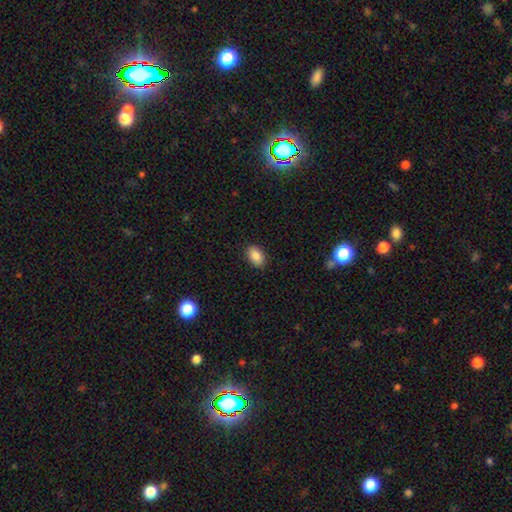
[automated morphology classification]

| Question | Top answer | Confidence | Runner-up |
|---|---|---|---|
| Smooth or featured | smooth | 88% | star or artifact (8%) |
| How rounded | in between | 89% | round (10%) |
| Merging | none | 89% | minor disturbance (8%) |